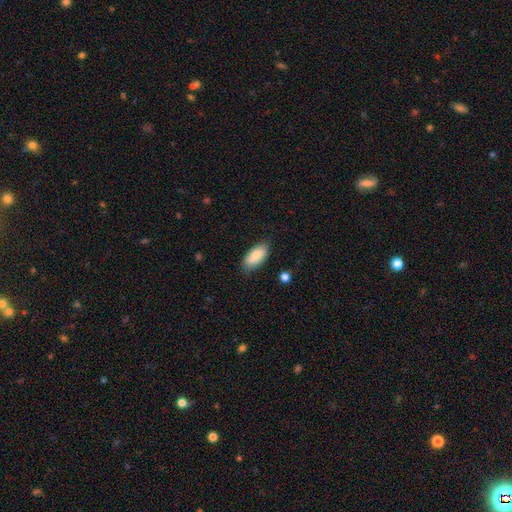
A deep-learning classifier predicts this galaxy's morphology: Smooth or featured? Predicted: smooth (p=0.75). How rounded? Predicted: in between (p=0.92). Merging? Predicted: none (p=0.76).